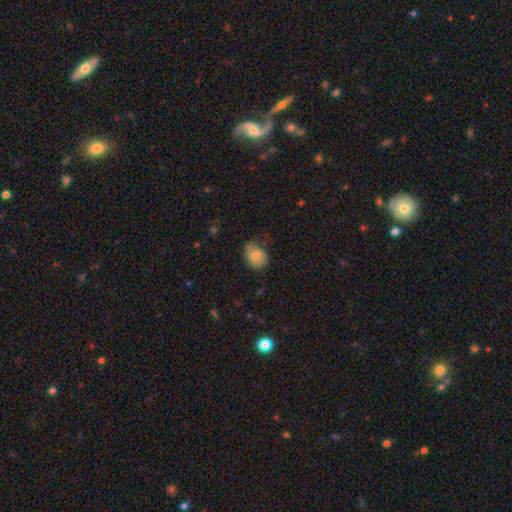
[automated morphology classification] smooth 73%, featured or disk 19%, star or artifact 8%. Down the decision tree: how rounded — in between (54%); merging — none (51%).